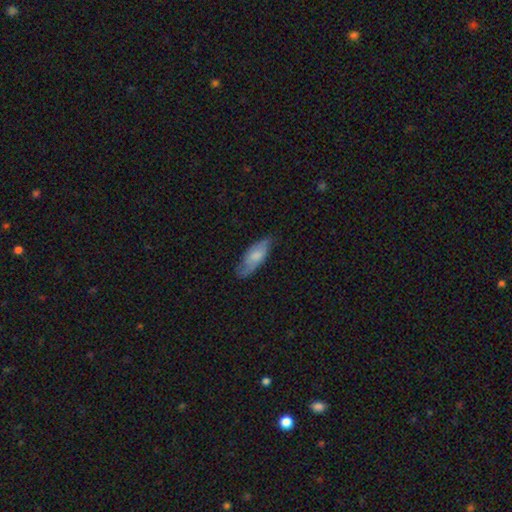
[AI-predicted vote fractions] Q: Smooth or featured?
A: smooth (64%); runner-up: featured or disk (30%)
Q: How rounded?
A: in between (73%); runner-up: cigar-shaped (25%)
Q: Merging?
A: none (70%); runner-up: minor disturbance (23%)